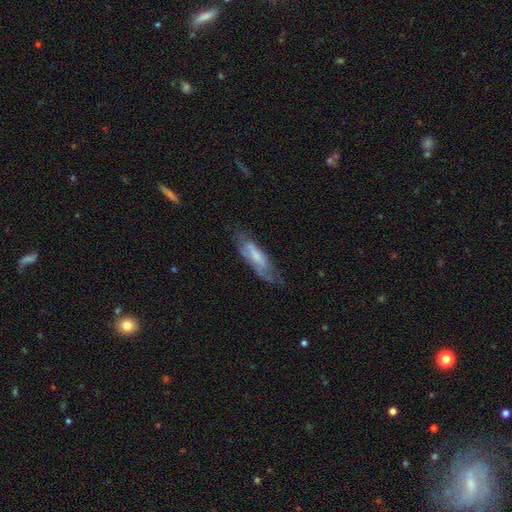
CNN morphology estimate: This is possibly a featured or disk galaxy (51%). It is likely not viewed edge-on (67%). Merging: possibly none (53%).